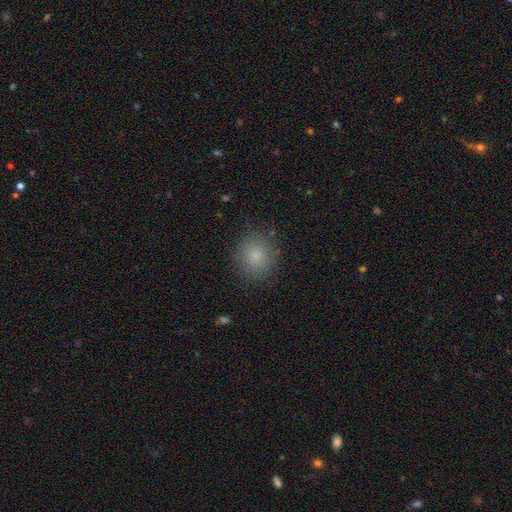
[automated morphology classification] type=smooth (82%); roundness=round (81%); merging=none (86%).